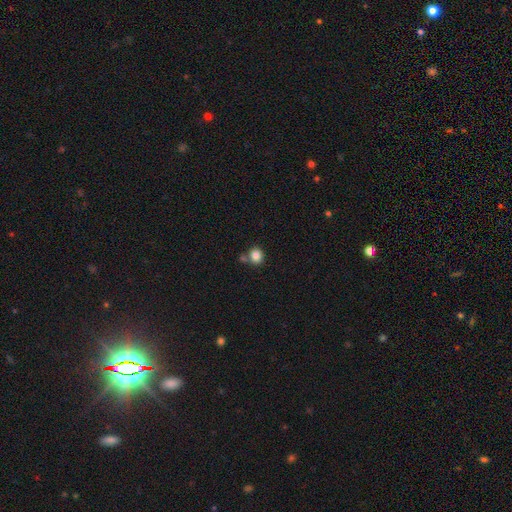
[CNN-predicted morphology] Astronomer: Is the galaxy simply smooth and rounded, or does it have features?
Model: smooth — 84%.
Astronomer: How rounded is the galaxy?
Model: round — 78%.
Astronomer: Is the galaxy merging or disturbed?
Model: none — 63%.